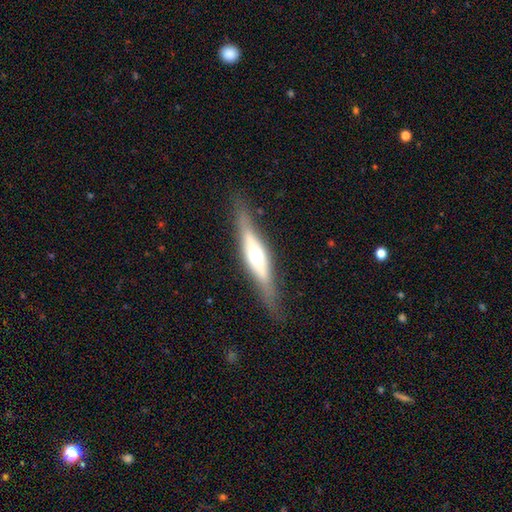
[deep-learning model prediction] smooth-or-featured: featured or disk: 64% | smooth: 29% | star or artifact: 6%
  disk-edge-on: yes: 91% | no: 9%
    edge-on-bulge: rounded: 87% | boxy: 9% | none: 4%
  merging: none: 81% | minor disturbance: 13% | major disturbance: 5% | merger: 1%